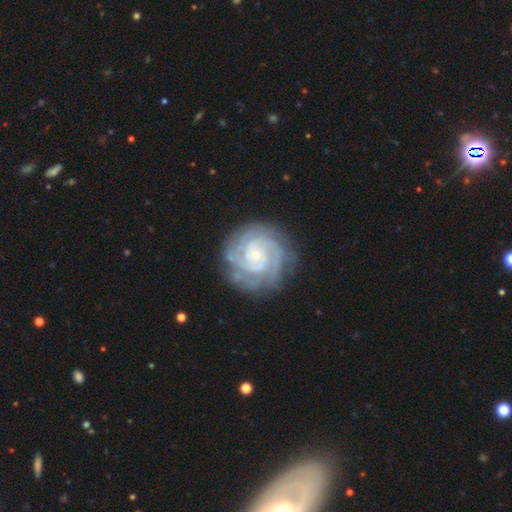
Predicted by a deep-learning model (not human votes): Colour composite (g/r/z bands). It shows a featured or disk galaxy (87%) with no bar (73%), 3 (25%) tight (77%) spiral arms (97%) and a small central bulge (82%). Merging: none (79%).